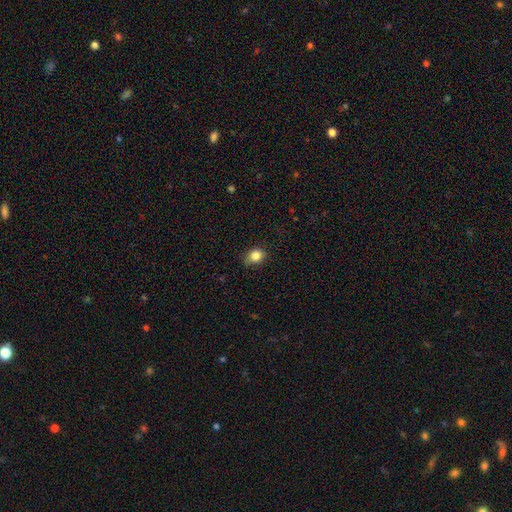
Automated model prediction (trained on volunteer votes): Q: Smooth or featured?
A: smooth (84%); runner-up: star or artifact (10%)
Q: How rounded?
A: in between (50%); runner-up: round (49%)
Q: Merging?
A: none (71%); runner-up: minor disturbance (23%)